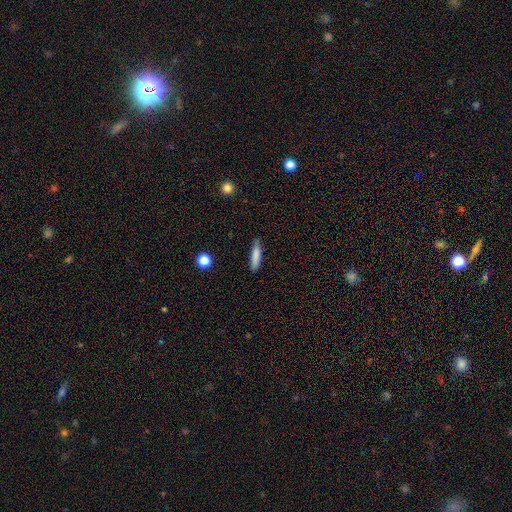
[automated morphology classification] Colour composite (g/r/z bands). It shows a smooth galaxy with no disk features (81%) that is cigar-shaped (82%). Merging: none (82%).